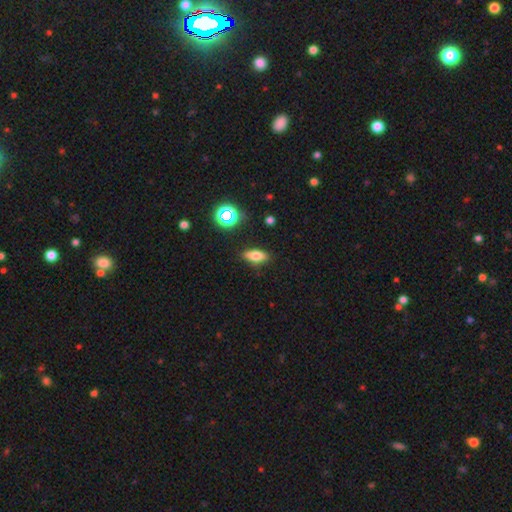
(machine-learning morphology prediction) Smooth or featured: smooth — 70% (featured or disk — 17%)
How rounded: in between — 72% (cigar-shaped — 22%)
Merging: none — 85% (minor disturbance — 11%)